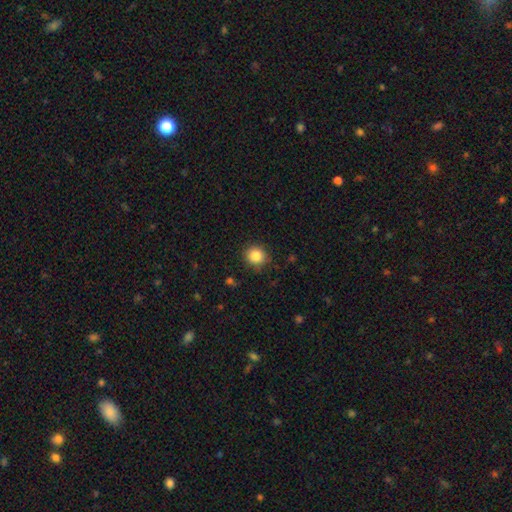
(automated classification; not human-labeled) Smooth or featured?
  - smooth: 85% *
  - star or artifact: 10%
  - featured or disk: 5%
How rounded?
  - round: 90% *
  - in between: 9%
  - cigar-shaped: 1%
Merging?
  - none: 87% *
  - minor disturbance: 9%
  - major disturbance: 2%
  - merger: 1%